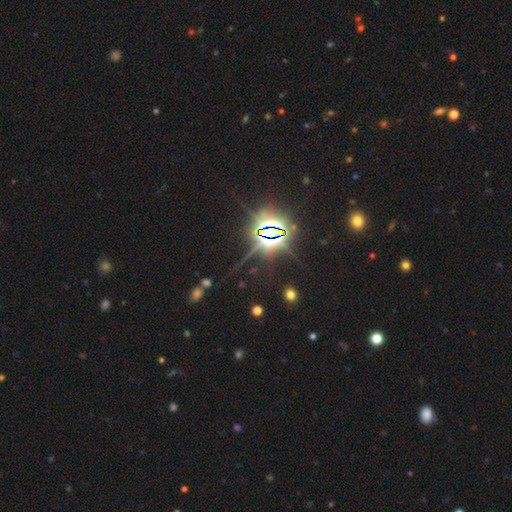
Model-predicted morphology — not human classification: Smooth or featured? star or artifact (84%)